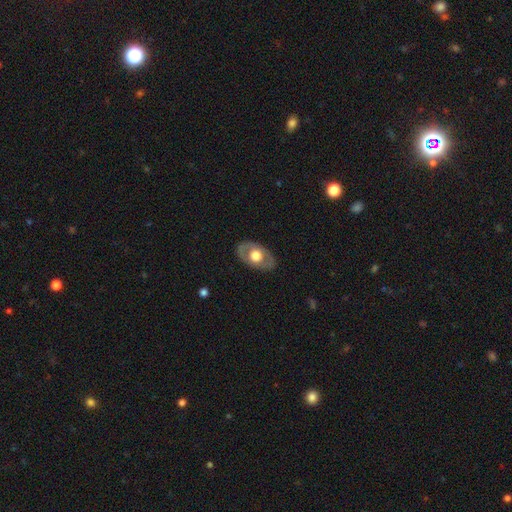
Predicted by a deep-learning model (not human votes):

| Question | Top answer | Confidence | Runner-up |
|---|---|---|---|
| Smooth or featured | featured or disk | 52% | smooth (43%) |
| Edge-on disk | no | 86% | yes (14%) |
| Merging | none | 82% | minor disturbance (13%) |